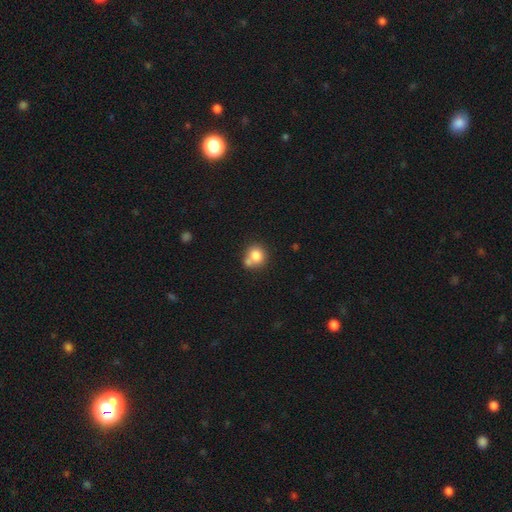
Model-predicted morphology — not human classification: smooth-or-featured: smooth: 79% | featured or disk: 11% | star or artifact: 10%
  how-rounded: round: 80% | in between: 19% | cigar-shaped: 1%
  merging: none: 47% | merger: 37% | minor disturbance: 12% | major disturbance: 4%